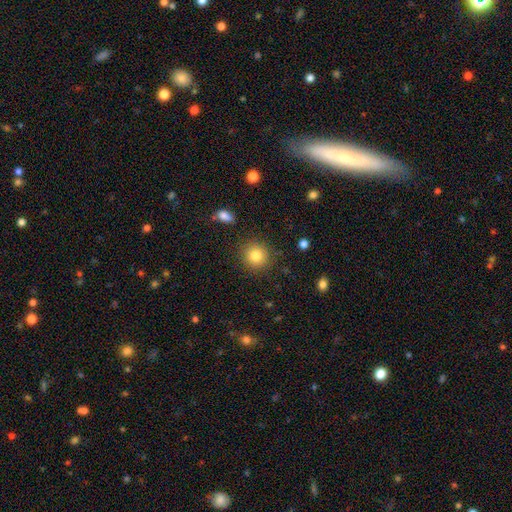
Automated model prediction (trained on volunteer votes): Morphology: type=smooth (83%); roundness=round (91%); merging=none (88%).